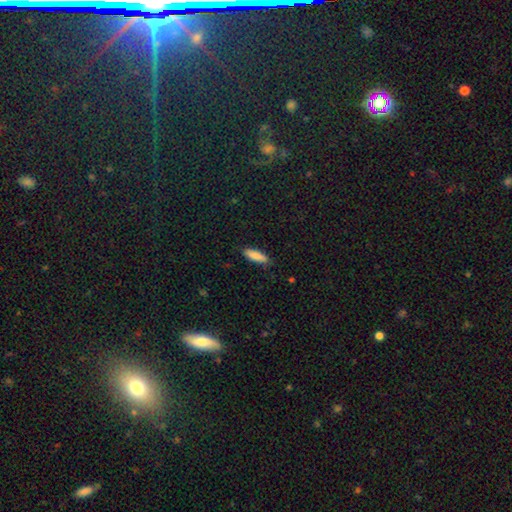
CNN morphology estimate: Q: Smooth or featured?
A: smooth (86%); runner-up: featured or disk (7%)
Q: How rounded?
A: cigar-shaped (52%); runner-up: in between (46%)
Q: Merging?
A: none (85%); runner-up: minor disturbance (12%)